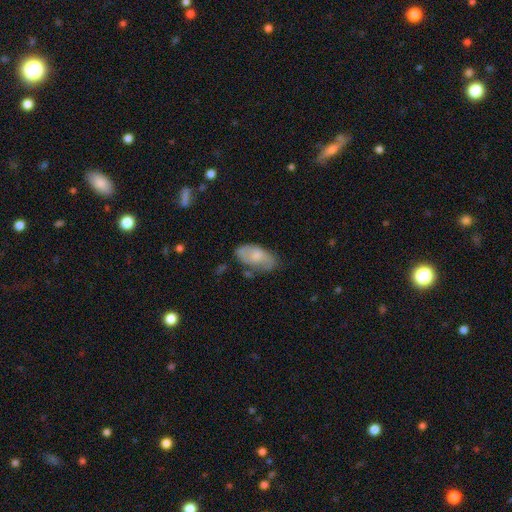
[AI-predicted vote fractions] Smooth or featured?
  - smooth: 62% *
  - featured or disk: 31%
  - star or artifact: 7%
How rounded?
  - in between: 93% *
  - cigar-shaped: 4%
  - round: 3%
Merging?
  - none: 61% *
  - minor disturbance: 27%
  - major disturbance: 8%
  - merger: 4%